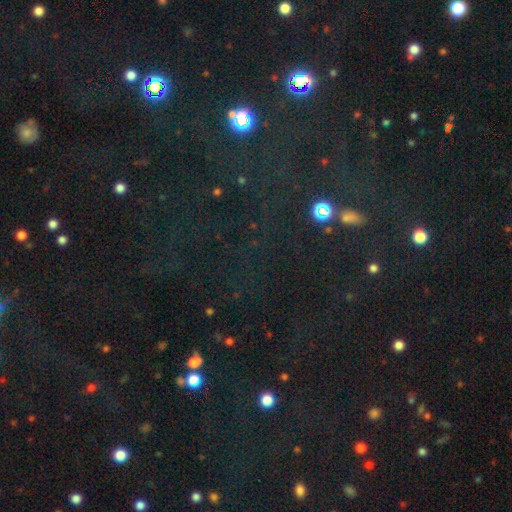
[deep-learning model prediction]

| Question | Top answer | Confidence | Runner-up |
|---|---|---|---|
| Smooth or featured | star or artifact | 74% | smooth (17%) |